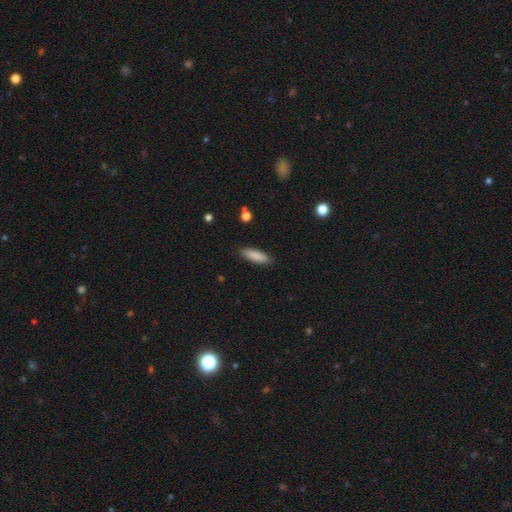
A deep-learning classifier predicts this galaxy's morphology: smooth 87%, featured or disk 6%, star or artifact 6%. Down the decision tree: how rounded — cigar-shaped (53%); merging — none (88%).